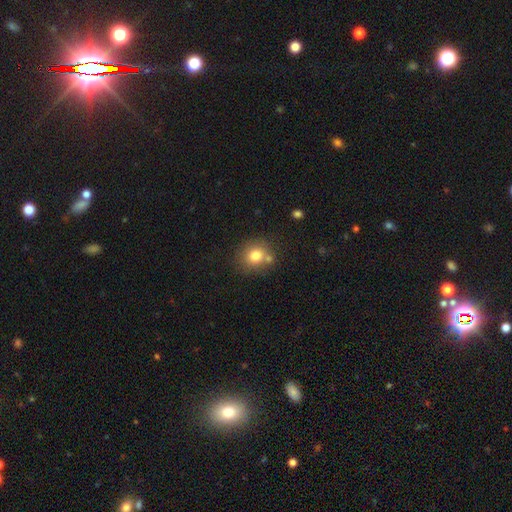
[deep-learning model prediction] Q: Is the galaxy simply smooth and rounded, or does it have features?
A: smooth — 78%.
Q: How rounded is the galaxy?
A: round — 77%.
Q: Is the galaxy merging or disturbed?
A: none — 68%.